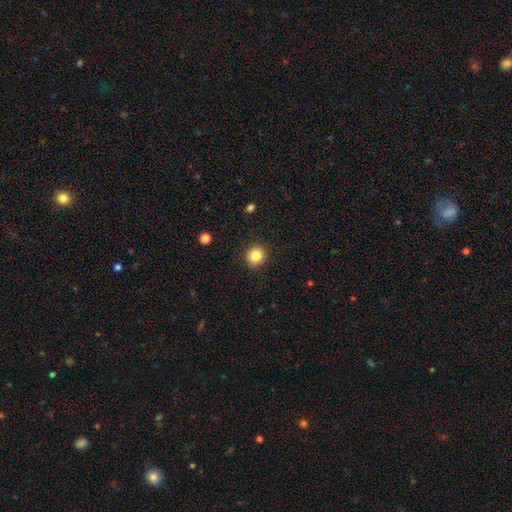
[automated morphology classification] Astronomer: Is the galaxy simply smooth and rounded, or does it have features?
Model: smooth — 84%.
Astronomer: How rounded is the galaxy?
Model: round — 87%.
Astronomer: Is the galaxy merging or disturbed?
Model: none — 91%.